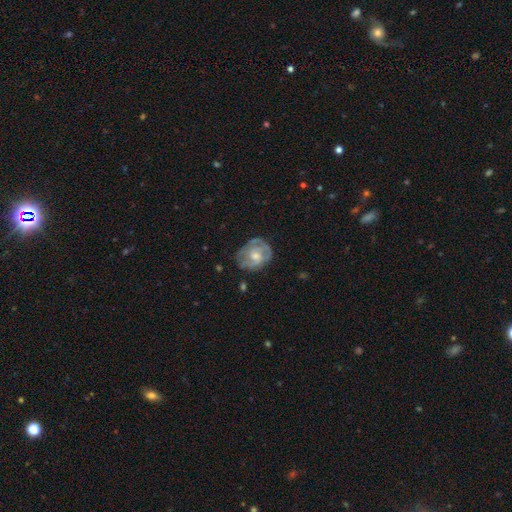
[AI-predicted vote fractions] Smooth or featured? Predicted: featured or disk (p=0.66). Edge-on disk? Predicted: no (p=0.97). Bar? Predicted: no (p=0.72). Spiral arms? Predicted: yes (p=0.69). Bulge size? Predicted: moderate (p=0.56). Merging? Predicted: none (p=0.60).